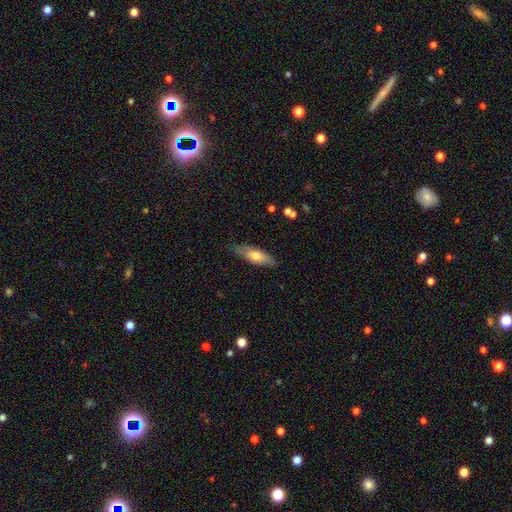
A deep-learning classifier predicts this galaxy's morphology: smooth-or-featured: smooth: 63% | featured or disk: 31% | star or artifact: 6%
  how-rounded: in between: 54% | cigar-shaped: 44% | round: 2%
  merging: none: 80% | minor disturbance: 15% | major disturbance: 3% | merger: 1%